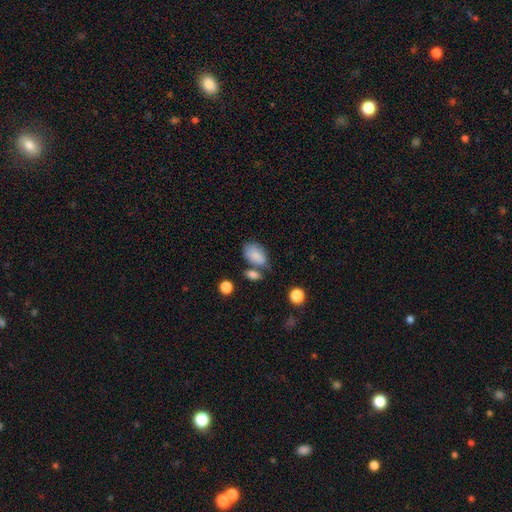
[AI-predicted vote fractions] Morphology: type=smooth (82%); roundness=in between (89%); merging=none (48%).